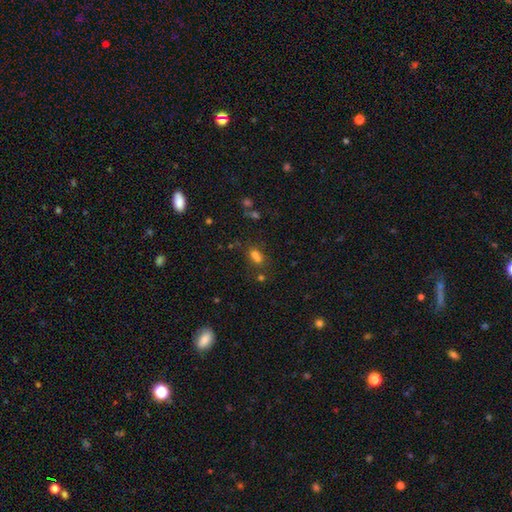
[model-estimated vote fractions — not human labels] A smooth galaxy with no disk features (65%) that is in between round and cigar-shaped (52%).

Vote fractions:
- Smooth or featured? smooth: 65% / star or artifact: 24% / featured or disk: 12%
- How rounded? in between: 52% / round: 46% / cigar-shaped: 3%
- Merging? merger: 43% / none: 41% / minor disturbance: 10% / major disturbance: 6%